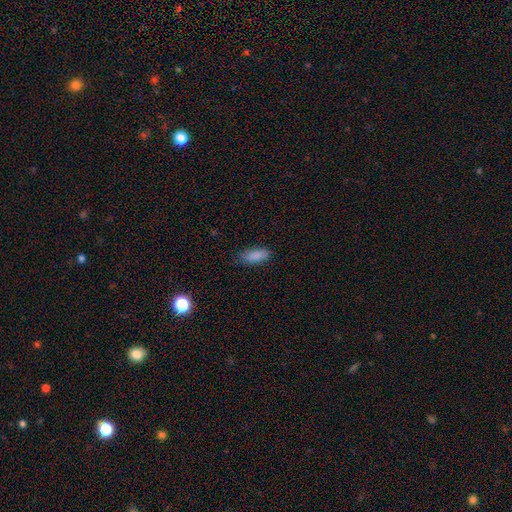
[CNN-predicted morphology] smooth_or_featured: smooth (p=0.87) [alt: star or artifact p=0.08]
how_rounded: in between (p=0.77) [alt: cigar-shaped p=0.21]
merging: none (p=0.78) [alt: minor disturbance p=0.17]